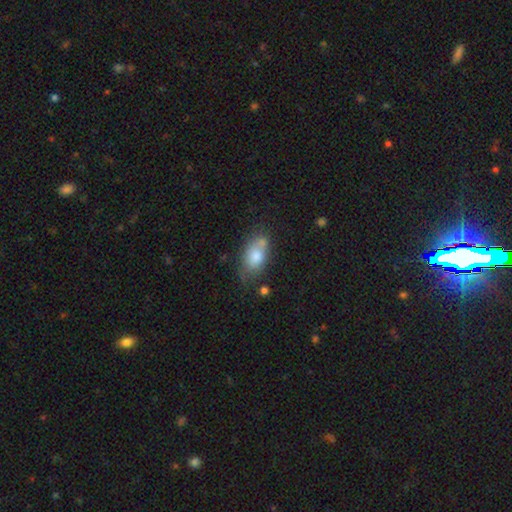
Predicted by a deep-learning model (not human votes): Smooth or featured? Predicted: smooth (p=0.75). How rounded? Predicted: in between (p=0.87). Merging? Predicted: none (p=0.56).